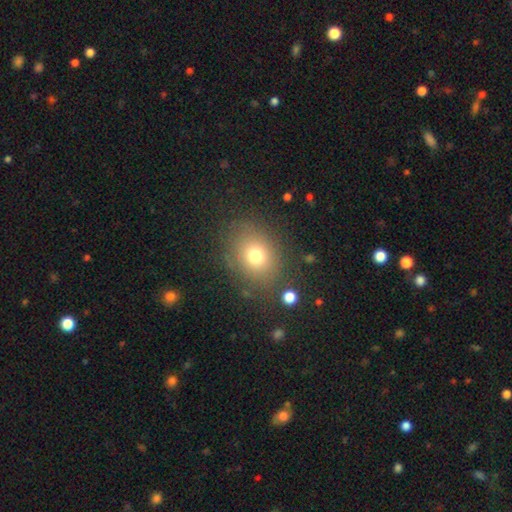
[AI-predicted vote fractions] Smooth or featured?
  - smooth: 73% *
  - star or artifact: 15%
  - featured or disk: 12%
How rounded?
  - round: 56% *
  - in between: 43%
  - cigar-shaped: 1%
Merging?
  - none: 81% *
  - minor disturbance: 11%
  - major disturbance: 5%
  - merger: 2%